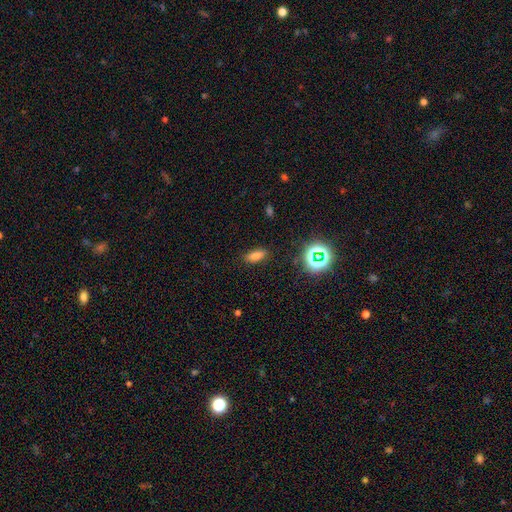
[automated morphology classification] A smooth galaxy with no disk features (75%) that is in between round and cigar-shaped (79%).

Vote fractions:
- Smooth or featured? smooth: 75% / star or artifact: 18% / featured or disk: 7%
- How rounded? in between: 79% / cigar-shaped: 16% / round: 5%
- Merging? none: 87% / minor disturbance: 9% / major disturbance: 3% / merger: 2%